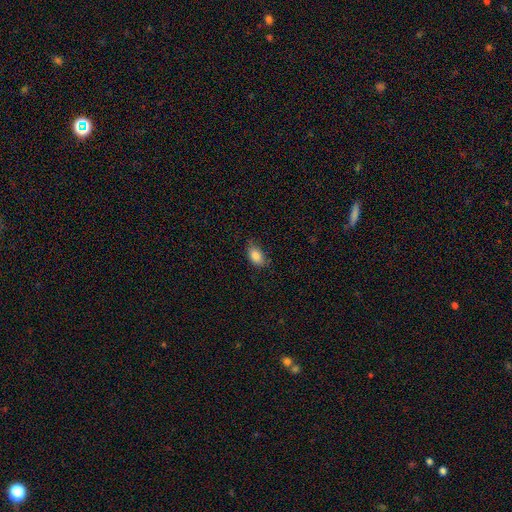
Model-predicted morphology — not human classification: Overall: smooth (86%). How rounded: in between (89%). Merging: none (72%).